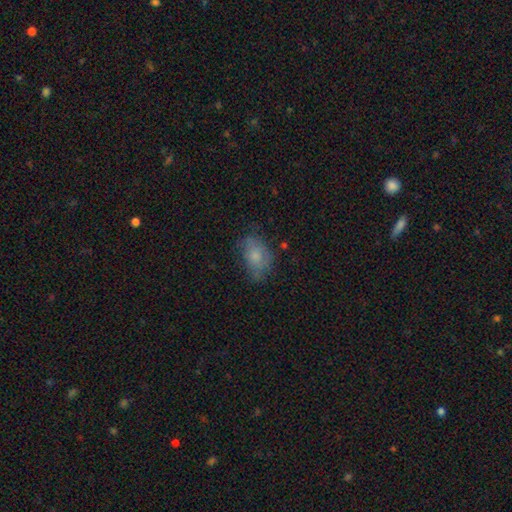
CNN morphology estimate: The model was most divided on "merging": none: 53%, minor disturbance: 30%, major disturbance: 15%, merger: 2%. More confident: how rounded — in between (82%); smooth or featured — smooth (68%).